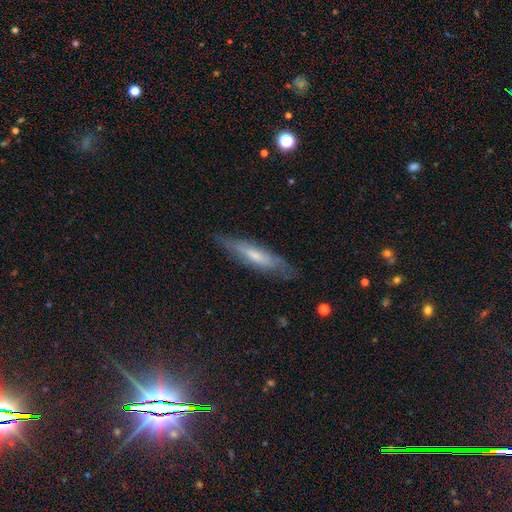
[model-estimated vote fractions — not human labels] Overall: featured or disk (51%; smooth 41%). Edge-on disk: yes (65%; no 35%). Merging: none (78%).